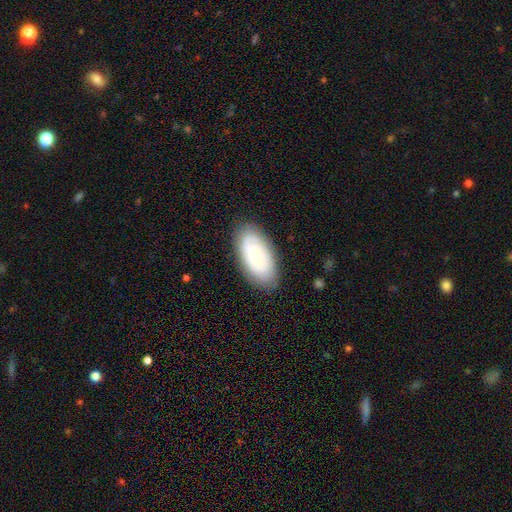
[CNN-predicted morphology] Smooth or featured?
  - smooth: 58% *
  - featured or disk: 35%
  - star or artifact: 7%
How rounded?
  - in between: 93% *
  - cigar-shaped: 4%
  - round: 3%
Merging?
  - none: 81% *
  - minor disturbance: 14%
  - major disturbance: 4%
  - merger: 1%